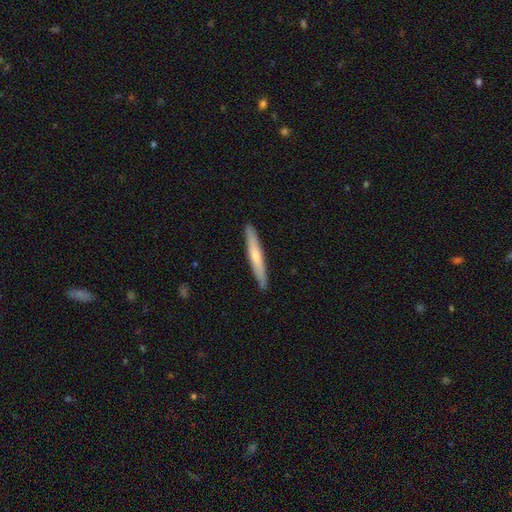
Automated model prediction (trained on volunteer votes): Smooth or featured?
  - smooth: 57% *
  - featured or disk: 38%
  - star or artifact: 5%
How rounded?
  - cigar-shaped: 95% *
  - in between: 4%
  - round: 1%
Merging?
  - none: 90% *
  - minor disturbance: 7%
  - major disturbance: 1%
  - merger: 1%